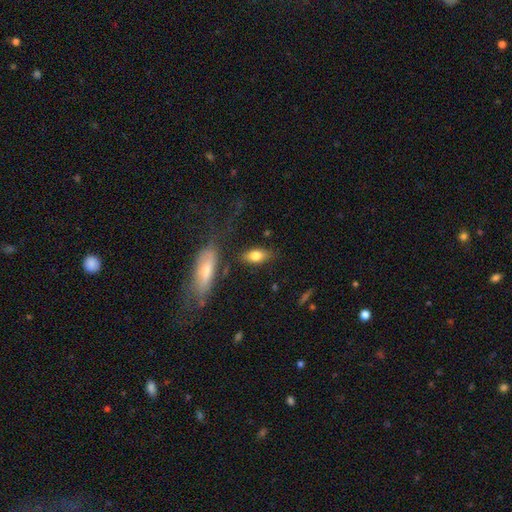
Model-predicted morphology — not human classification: A smooth galaxy with no disk features (78%) that is in between round and cigar-shaped (84%).

Vote fractions:
- Smooth or featured? smooth: 78% / featured or disk: 15% / star or artifact: 7%
- How rounded? in between: 84% / cigar-shaped: 11% / round: 5%
- Merging? none: 74% / minor disturbance: 14% / merger: 6% / major disturbance: 5%